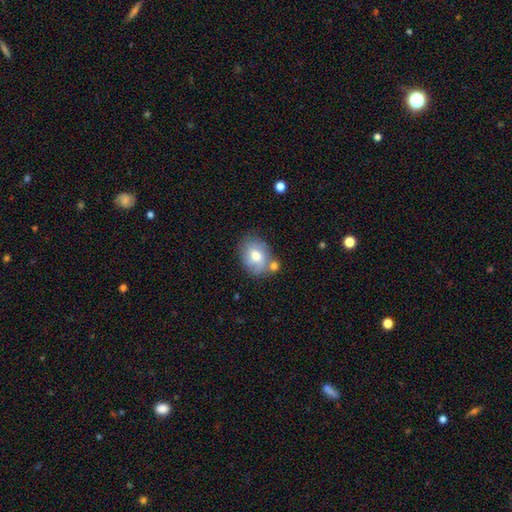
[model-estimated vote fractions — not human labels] Smooth or featured: smooth — 61% (featured or disk — 31%)
How rounded: in between — 59% (round — 40%)
Merging: none — 60% (minor disturbance — 19%)